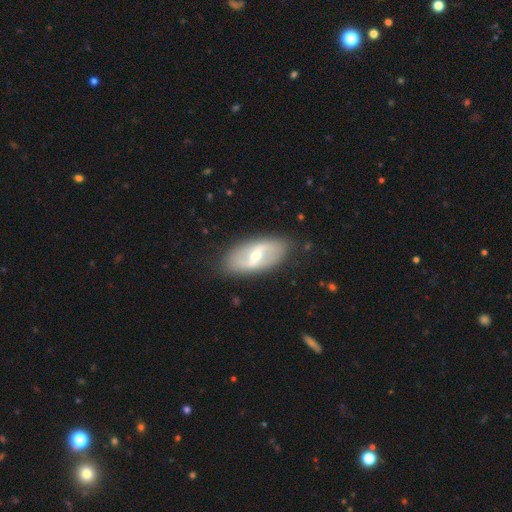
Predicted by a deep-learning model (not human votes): Overall: featured or disk (71%). Edge-on disk: no (90%). Bar: strong (44%; weak 42%). Spiral arms: yes (60%; no 40%). Bulge size: moderate (55%; small 40%). Merging: none (85%).